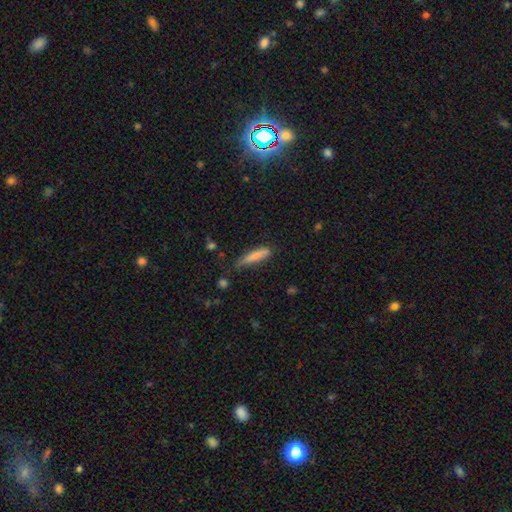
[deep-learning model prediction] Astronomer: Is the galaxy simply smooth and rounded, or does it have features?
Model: smooth — 81%.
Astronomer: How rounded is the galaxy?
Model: cigar-shaped — 83%.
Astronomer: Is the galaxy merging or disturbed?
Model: none — 65%.